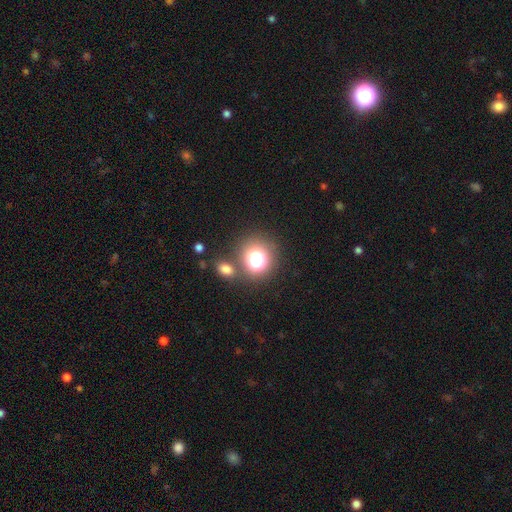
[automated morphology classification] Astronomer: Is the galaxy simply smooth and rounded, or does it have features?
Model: smooth — 52% (runner-up: star or artifact, 38%).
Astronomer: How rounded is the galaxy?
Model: round — 80%.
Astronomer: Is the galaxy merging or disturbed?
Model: none — 71%.